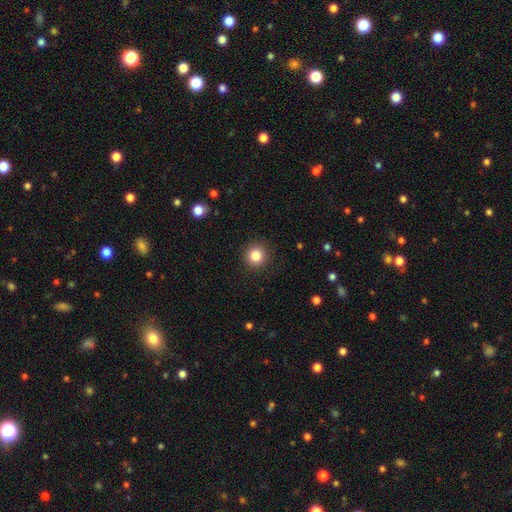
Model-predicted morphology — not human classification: smooth-or-featured: smooth: 84% | star or artifact: 11% | featured or disk: 5%
  how-rounded: round: 94% | in between: 5% | cigar-shaped: 1%
  merging: none: 91% | minor disturbance: 6% | major disturbance: 2% | merger: 1%